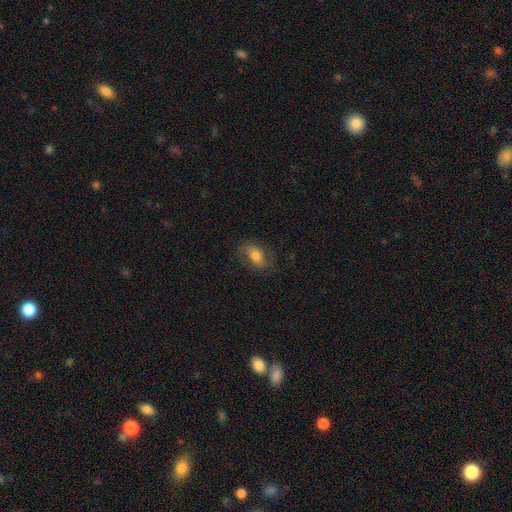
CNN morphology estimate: Smooth or featured: smooth — 53% (featured or disk — 38%)
How rounded: in between — 82% (round — 14%)
Merging: none — 72% (minor disturbance — 18%)